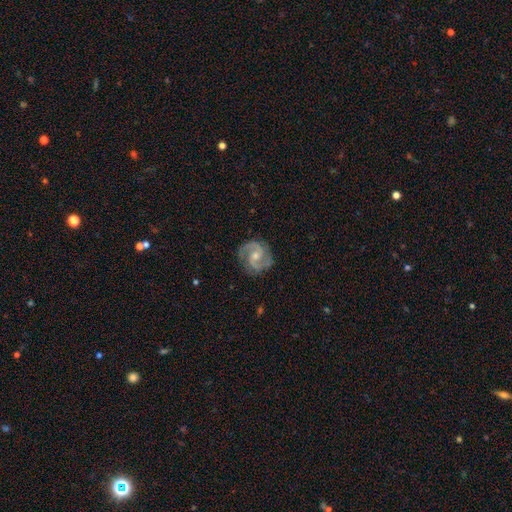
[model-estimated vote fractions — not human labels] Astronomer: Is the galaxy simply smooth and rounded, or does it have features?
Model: featured or disk — 90%.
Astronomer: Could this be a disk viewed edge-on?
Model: no — 98%.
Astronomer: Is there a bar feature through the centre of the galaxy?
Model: no — 47% (runner-up: weak, 44%).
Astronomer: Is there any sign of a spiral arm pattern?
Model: yes — 98%.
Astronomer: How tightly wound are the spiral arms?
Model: medium — 61%.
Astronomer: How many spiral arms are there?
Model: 2 — 92%.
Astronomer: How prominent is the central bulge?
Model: moderate — 49% (runner-up: small, 44%).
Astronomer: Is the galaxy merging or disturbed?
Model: none — 82%.